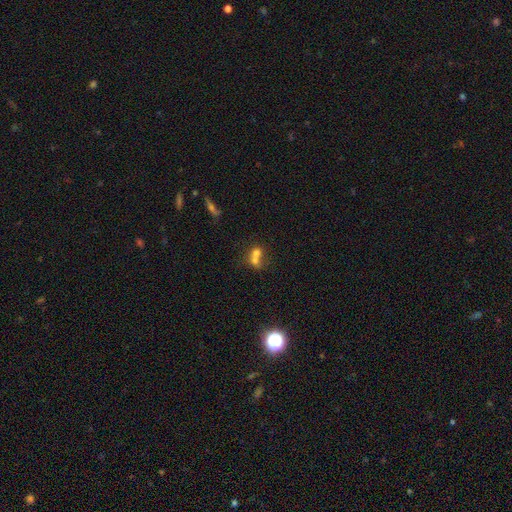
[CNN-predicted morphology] type=smooth (63%); roundness=round (51%); merging=merger (68%).